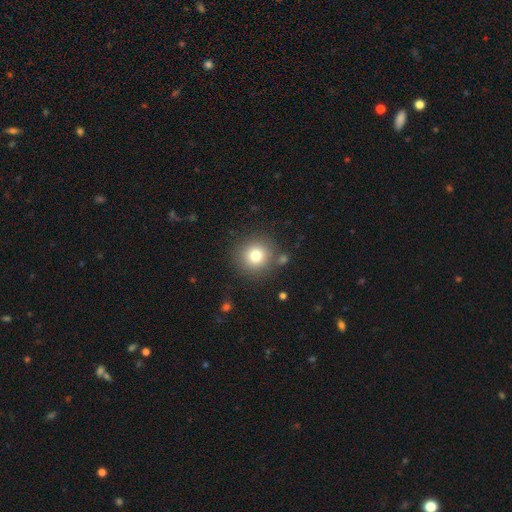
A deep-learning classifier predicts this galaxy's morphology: type=smooth (77%); roundness=round (94%); merging=none (84%).